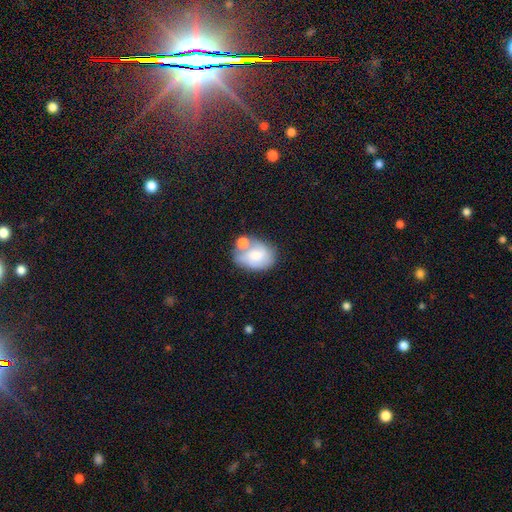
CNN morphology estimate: A smooth galaxy with no disk features (60%) that is in between round and cigar-shaped (66%). Merging: merger (35%).